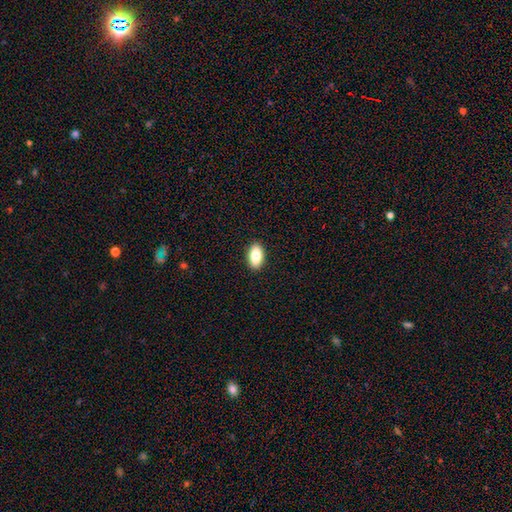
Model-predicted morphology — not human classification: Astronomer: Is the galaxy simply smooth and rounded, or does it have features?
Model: smooth — 84%.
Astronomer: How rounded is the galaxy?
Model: in between — 92%.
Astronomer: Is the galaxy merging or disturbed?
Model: none — 91%.